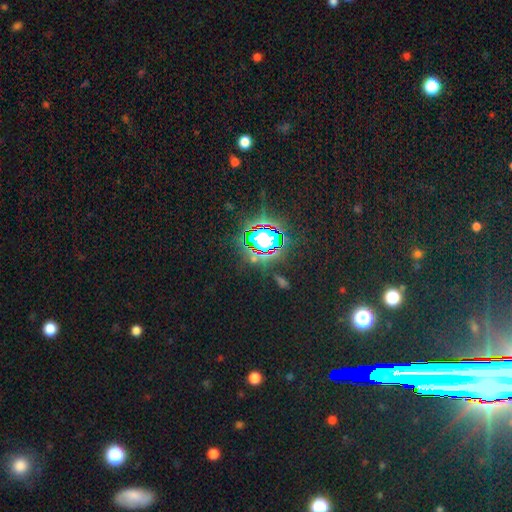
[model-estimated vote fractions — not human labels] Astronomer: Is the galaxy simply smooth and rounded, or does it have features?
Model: star or artifact — 77%.